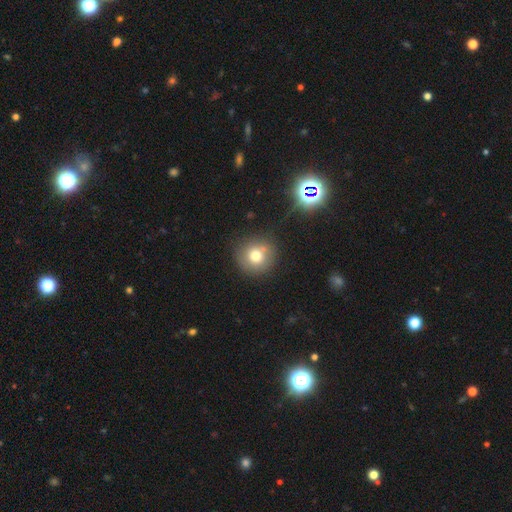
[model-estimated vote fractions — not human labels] Smooth or featured: smooth — 72% (featured or disk — 14%)
How rounded: round — 91% (in between — 8%)
Merging: none — 75% (minor disturbance — 14%)